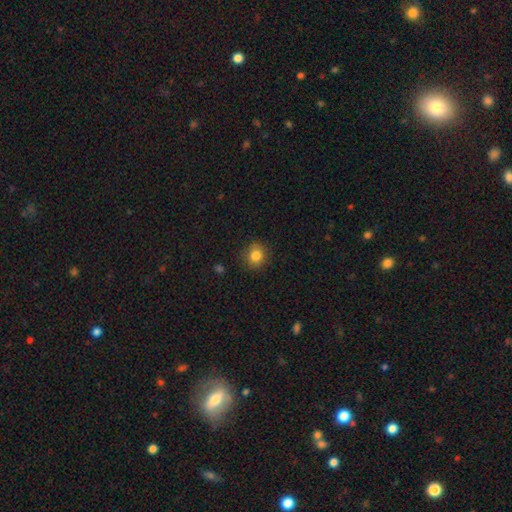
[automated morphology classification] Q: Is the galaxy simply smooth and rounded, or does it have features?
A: smooth — 82%.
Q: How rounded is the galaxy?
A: round — 84%.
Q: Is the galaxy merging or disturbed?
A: none — 87%.